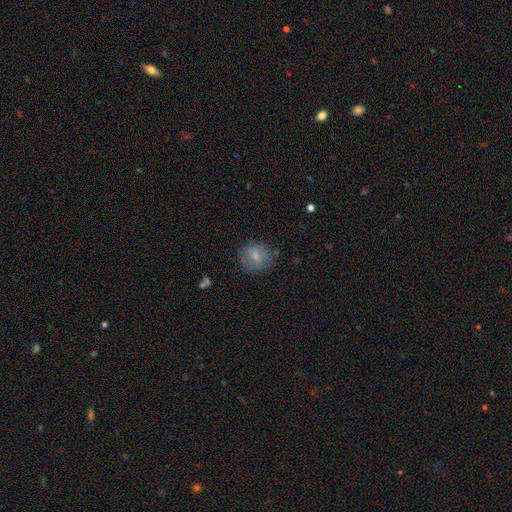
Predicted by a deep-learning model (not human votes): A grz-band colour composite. It shows a smooth galaxy with no disk features (67%) that is round (82%). Merging: none (75%).